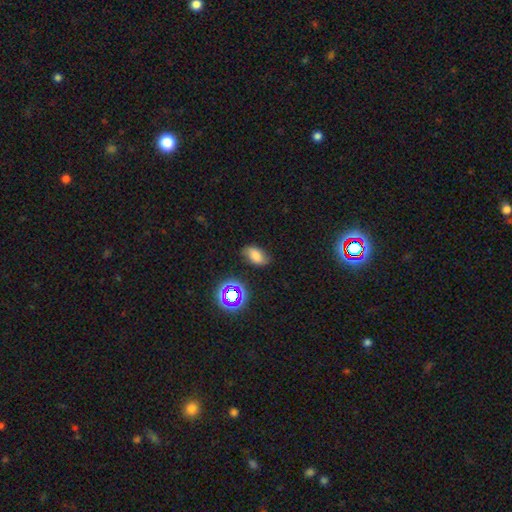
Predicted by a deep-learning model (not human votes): A smooth galaxy with no disk features (68%) that is in between round and cigar-shaped (89%).

Vote fractions:
- Smooth or featured? smooth: 68% / featured or disk: 17% / star or artifact: 16%
- How rounded? in between: 89% / round: 9% / cigar-shaped: 2%
- Merging? none: 72% / minor disturbance: 20% / major disturbance: 5% / merger: 2%